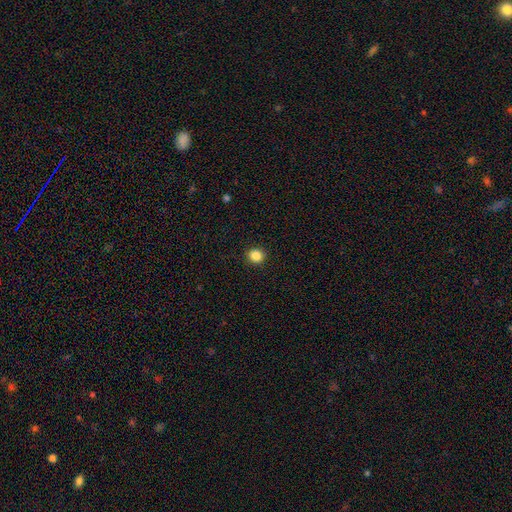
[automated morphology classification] smooth-or-featured: smooth: 86% | star or artifact: 11% | featured or disk: 3%
  how-rounded: round: 89% | in between: 10% | cigar-shaped: 1%
  merging: none: 92% | minor disturbance: 5% | major disturbance: 2% | merger: 1%